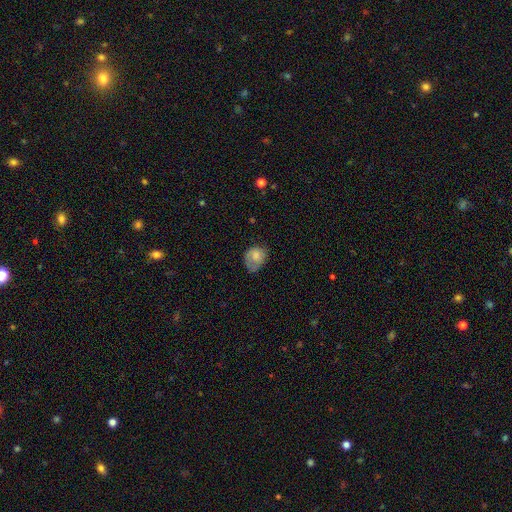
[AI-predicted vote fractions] A smooth galaxy with no disk features (70%) that is round (50%).

Vote fractions:
- Smooth or featured? smooth: 70% / featured or disk: 21% / star or artifact: 8%
- How rounded? round: 50% / in between: 49% / cigar-shaped: 1%
- Merging? none: 47% / minor disturbance: 32% / major disturbance: 18% / merger: 2%